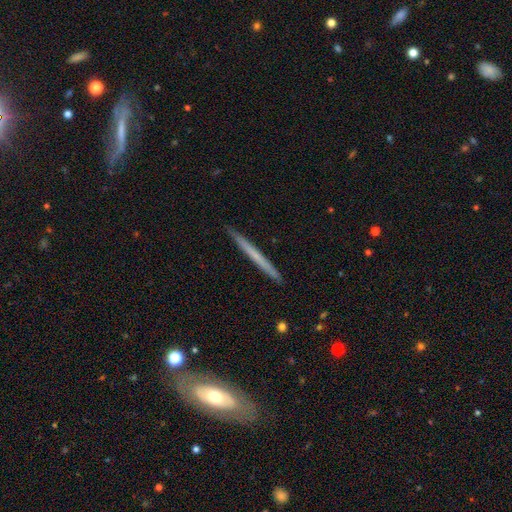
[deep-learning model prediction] The model was most divided on "smooth or featured": smooth: 51%, featured or disk: 44%, star or artifact: 6%. More confident: how rounded — cigar-shaped (97%); merging — none (92%).